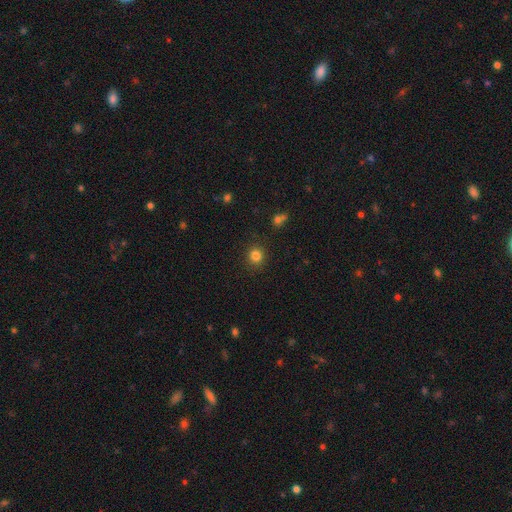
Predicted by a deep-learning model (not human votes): The model was most divided on "smooth or featured": smooth: 82%, star or artifact: 13%, featured or disk: 5%. More confident: merging — none (88%); how rounded — round (87%).